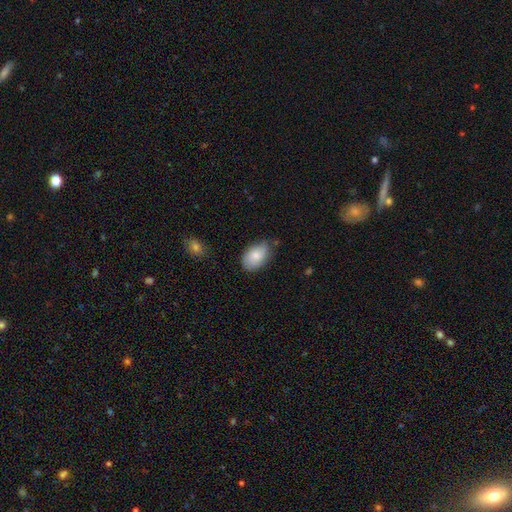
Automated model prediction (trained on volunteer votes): This appears to be a smooth galaxy with no disk features (80%) that is in between round and cigar-shaped (92%). Merging: none (68%).